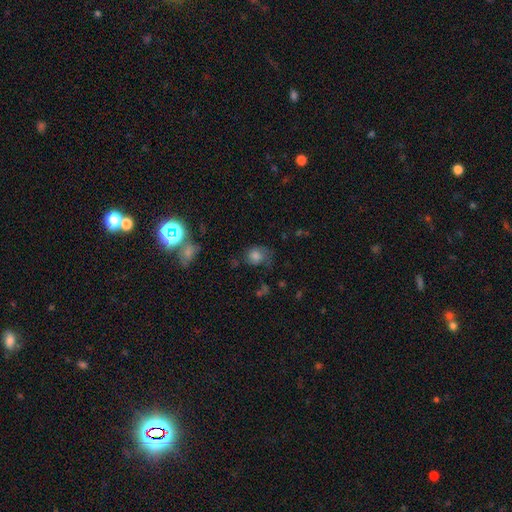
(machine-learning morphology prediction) Overall: smooth (73%). How rounded: round (67%; in between 32%). Merging: none (49%; minor disturbance 27%).